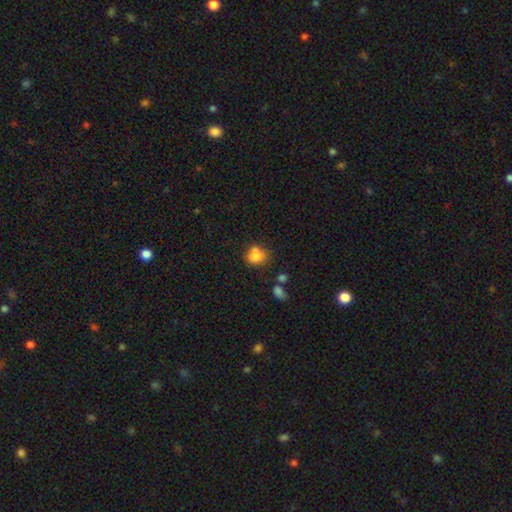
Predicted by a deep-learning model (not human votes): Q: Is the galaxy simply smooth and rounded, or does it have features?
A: smooth — 79%.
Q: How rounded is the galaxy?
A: round — 65%.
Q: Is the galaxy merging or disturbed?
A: none — 51%.